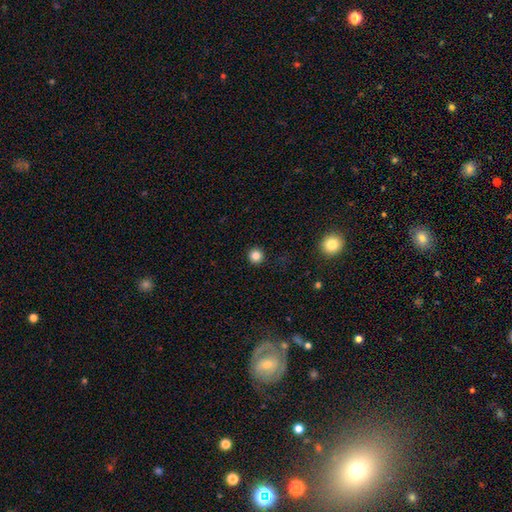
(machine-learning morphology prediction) type=smooth (84%); roundness=round (95%); merging=none (93%).